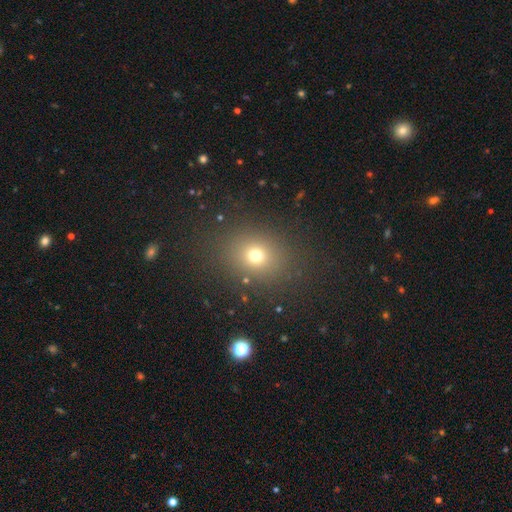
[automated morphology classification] Smooth or featured? smooth (69%)
How rounded? round (63%)
Merging? none (84%)